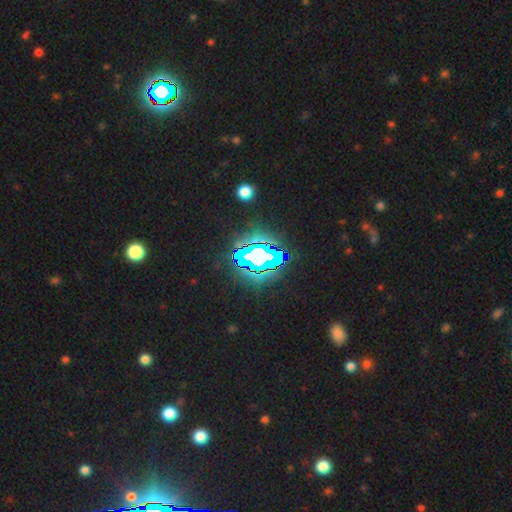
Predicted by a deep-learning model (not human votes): The model was most divided on "smooth or featured": star or artifact: 70%, smooth: 15%, featured or disk: 15%.